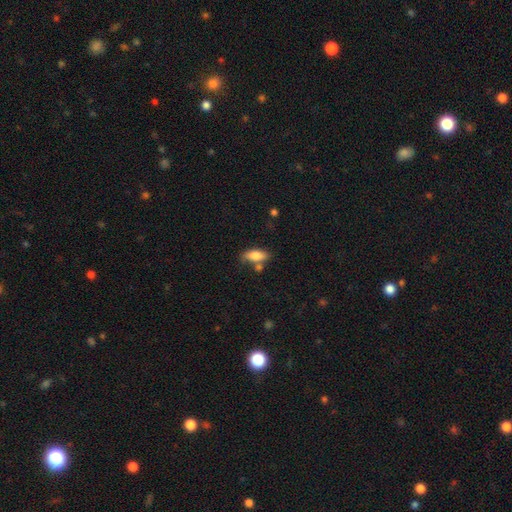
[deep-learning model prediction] A smooth galaxy with no disk features (77%) that is in between round and cigar-shaped (79%).

Vote fractions:
- Smooth or featured? smooth: 77% / featured or disk: 15% / star or artifact: 7%
- How rounded? in between: 79% / cigar-shaped: 17% / round: 3%
- Merging? none: 62% / minor disturbance: 18% / merger: 15% / major disturbance: 5%